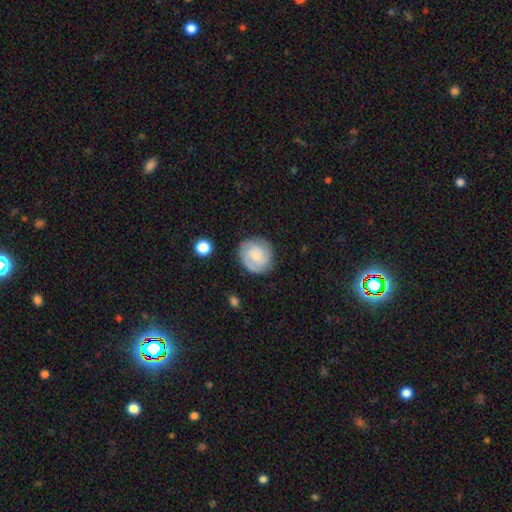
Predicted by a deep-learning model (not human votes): A smooth galaxy with no disk features (47%).

Vote fractions:
- Smooth or featured? smooth: 47% / featured or disk: 46% / star or artifact: 7%
- Merging? none: 79% / minor disturbance: 14% / major disturbance: 5% / merger: 2%